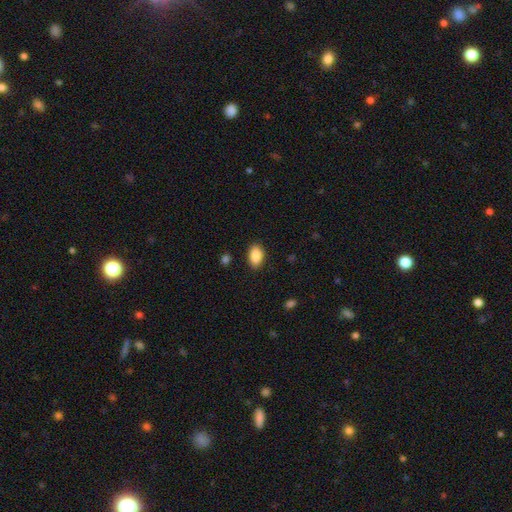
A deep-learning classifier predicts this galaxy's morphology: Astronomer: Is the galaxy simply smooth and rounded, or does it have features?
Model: smooth — 89%.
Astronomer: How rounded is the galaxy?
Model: in between — 90%.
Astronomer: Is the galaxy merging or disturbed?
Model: none — 87%.